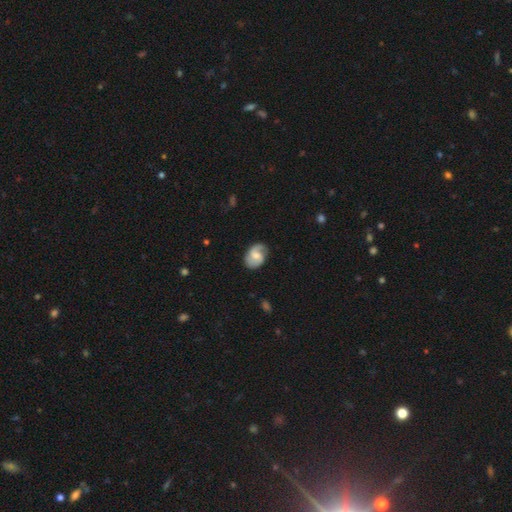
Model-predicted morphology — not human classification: Smooth or featured?
  - featured or disk: 64% *
  - smooth: 29%
  - star or artifact: 6%
Edge-on disk?
  - no: 97% *
  - yes: 3%
Bar?
  - no: 46% *
  - weak: 45%
  - strong: 8%
Spiral arms?
  - yes: 91% *
  - no: 9%
Spiral winding?
  - medium: 44% *
  - loose: 30%
  - tight: 26%
Spiral arm count?
  - 2: 76% *
  - 1: 12%
  - can't tell: 8%
  - 3: 2%
  - 4: 1%
  - more than 4: 1%
Bulge size?
  - moderate: 52% *
  - small: 37%
  - none: 6%
  - large: 5%
  - dominant: 1%
Merging?
  - none: 71% *
  - minor disturbance: 21%
  - major disturbance: 6%
  - merger: 1%